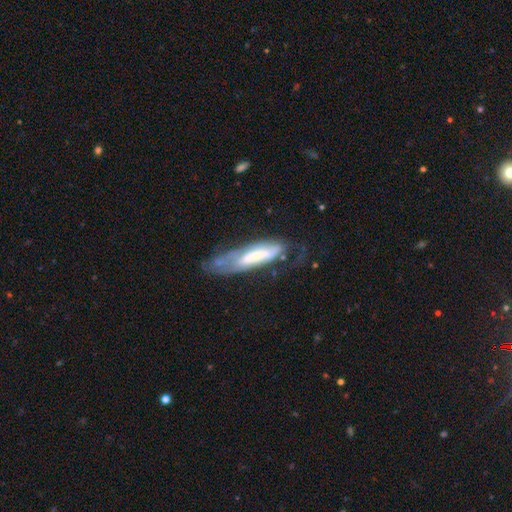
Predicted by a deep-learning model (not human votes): A featured or disk galaxy (61%).

Vote fractions:
- Smooth or featured? featured or disk: 61% / smooth: 31% / star or artifact: 7%
- Edge-on disk? no: 68% / yes: 32%
- Merging? none: 40% / major disturbance: 28% / minor disturbance: 27% / merger: 4%